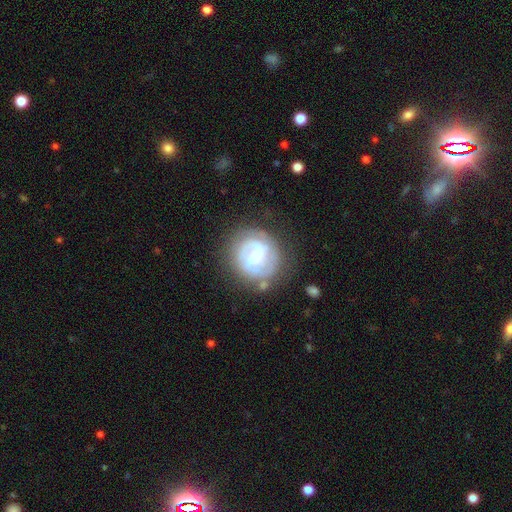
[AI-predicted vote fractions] This appears to be a featured or disk galaxy (77%) with a strong bar (44%), 2 (70%) tight (45%) spiral arms (84%) and a moderate central bulge (46%). Merging: none (71%).